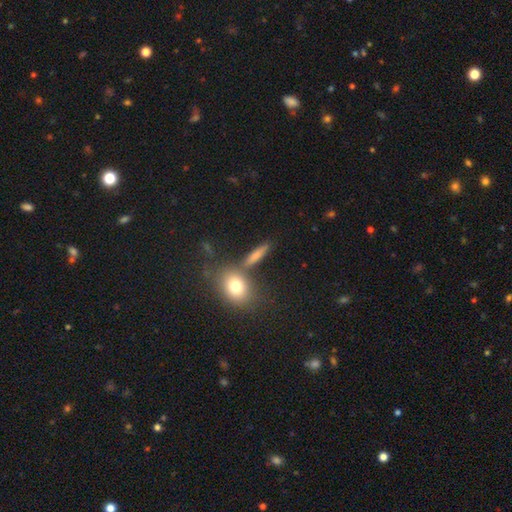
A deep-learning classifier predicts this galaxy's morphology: smooth 73%, featured or disk 16%, star or artifact 11%. Down the decision tree: how rounded — cigar-shaped (57%); merging — none (74%).